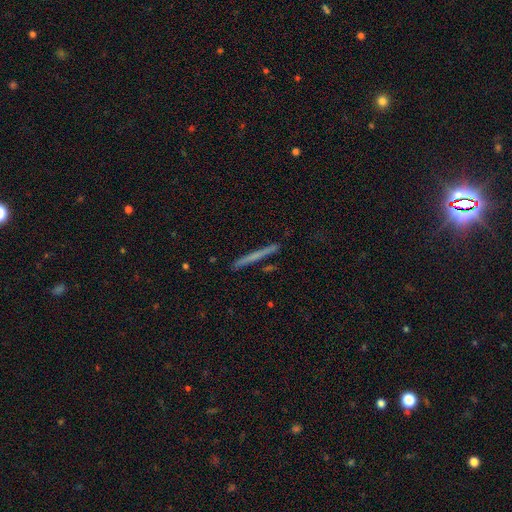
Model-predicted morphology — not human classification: The model was most divided on "smooth or featured": smooth: 51%, featured or disk: 43%, star or artifact: 6%. More confident: how rounded — cigar-shaped (97%); merging — none (90%).